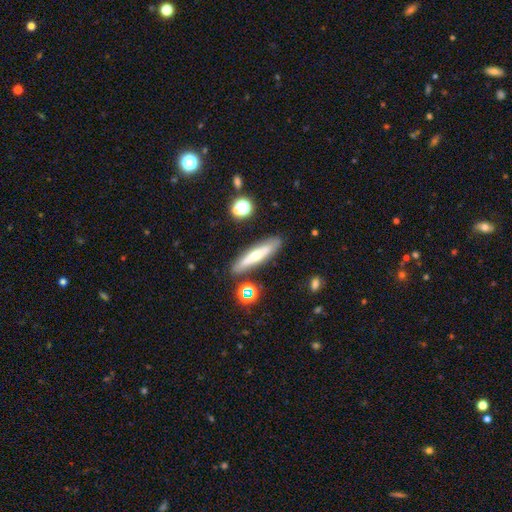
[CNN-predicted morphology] Smooth or featured? featured or disk (49%)
Merging? none (83%)